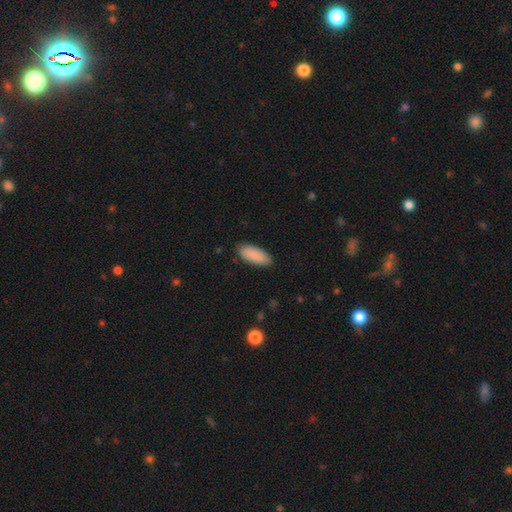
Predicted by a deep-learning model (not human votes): smooth_or_featured: smooth (p=0.89) [alt: star or artifact p=0.06]
how_rounded: in between (p=0.82) [alt: cigar-shaped p=0.17]
merging: none (p=0.86) [alt: minor disturbance p=0.11]